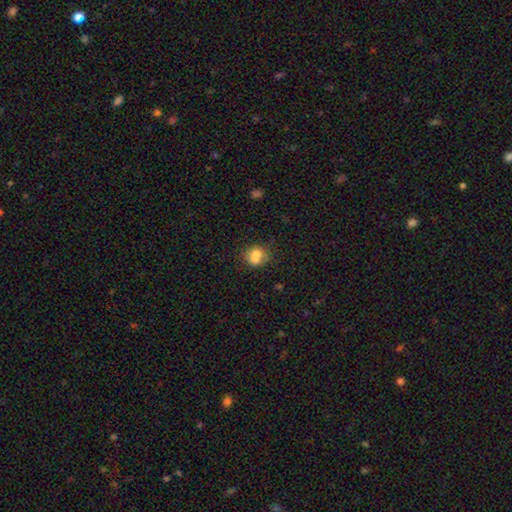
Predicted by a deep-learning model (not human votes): smooth 69%, featured or disk 20%, star or artifact 11%. Down the decision tree: how rounded — round (73%); merging — merger (54%).